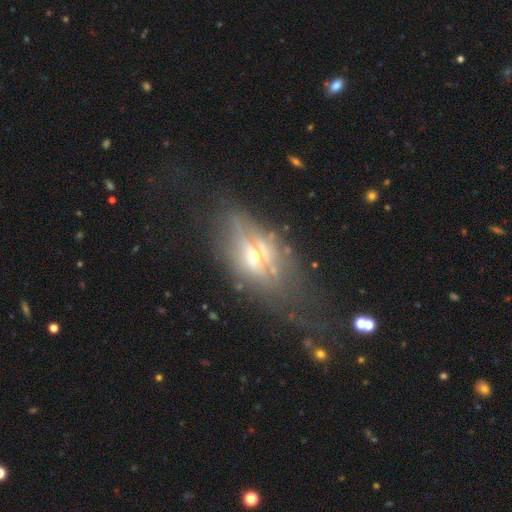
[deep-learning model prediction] This is likely a featured or disk galaxy (66%). It is likely viewed edge-on (68%). Merging: possibly none (56%).